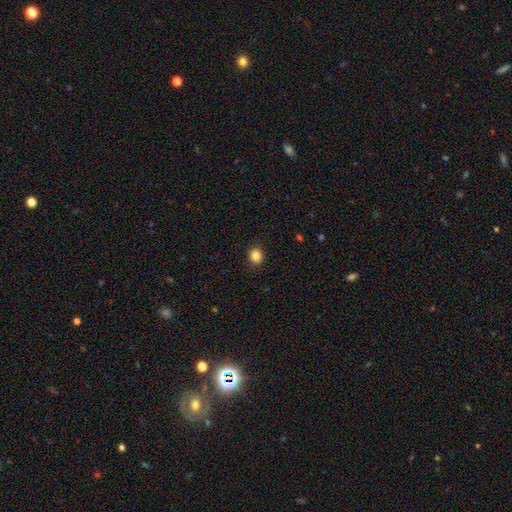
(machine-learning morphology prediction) This is clearly a smooth galaxy (85%). How rounded: likely round (71%). Merging: clearly none (90%).